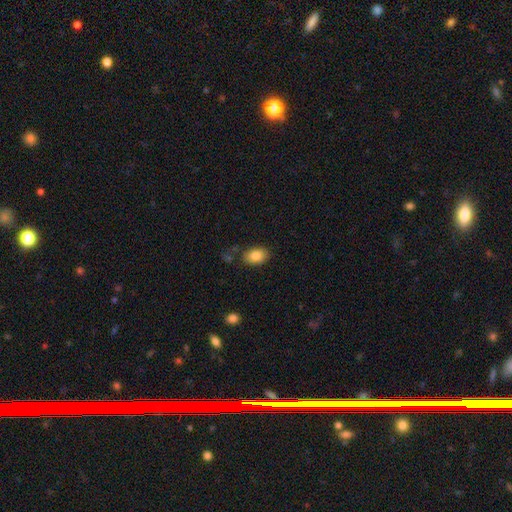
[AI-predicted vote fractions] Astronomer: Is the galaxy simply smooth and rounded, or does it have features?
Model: smooth — 83%.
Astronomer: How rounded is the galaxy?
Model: in between — 83%.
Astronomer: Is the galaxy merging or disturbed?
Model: none — 79%.